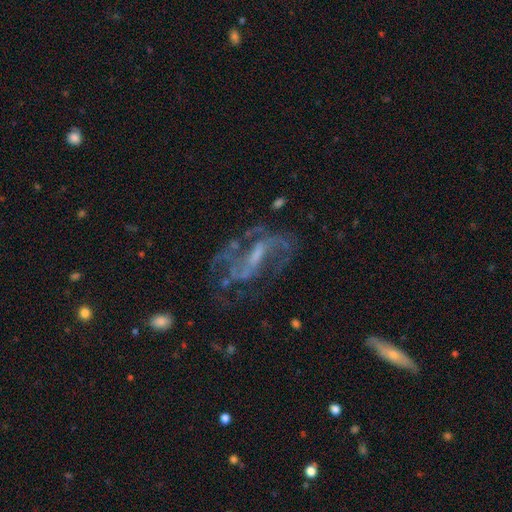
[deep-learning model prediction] Morphology: type=featured or disk (74%); edge-on=no (92%); bar=weak (44%); spiral arms=yes (75%); winding=medium (41%, tied with loose); arm count=2 (54%); bulge=small (46%); merging=none (54%).